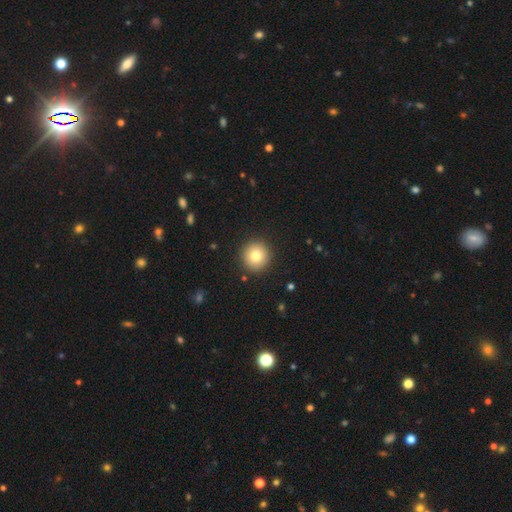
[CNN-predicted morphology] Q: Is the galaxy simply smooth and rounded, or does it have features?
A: smooth — 81%.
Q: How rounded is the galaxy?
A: round — 94%.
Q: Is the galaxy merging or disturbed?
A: none — 91%.